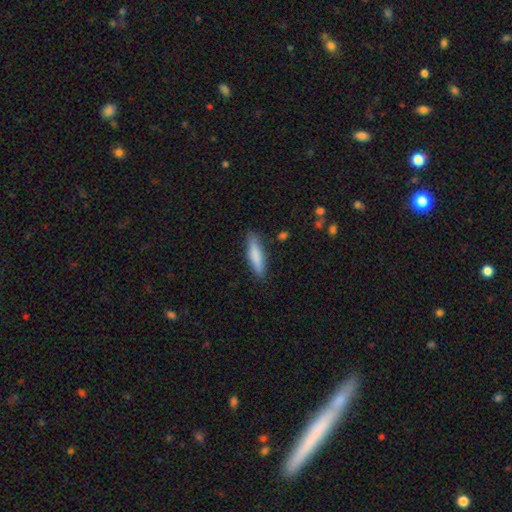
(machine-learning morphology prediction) A smooth galaxy with no disk features (80%) that is cigar-shaped (76%).

Vote fractions:
- Smooth or featured? smooth: 80% / featured or disk: 14% / star or artifact: 6%
- How rounded? cigar-shaped: 76% / in between: 23% / round: 1%
- Merging? none: 85% / minor disturbance: 11% / major disturbance: 2% / merger: 2%